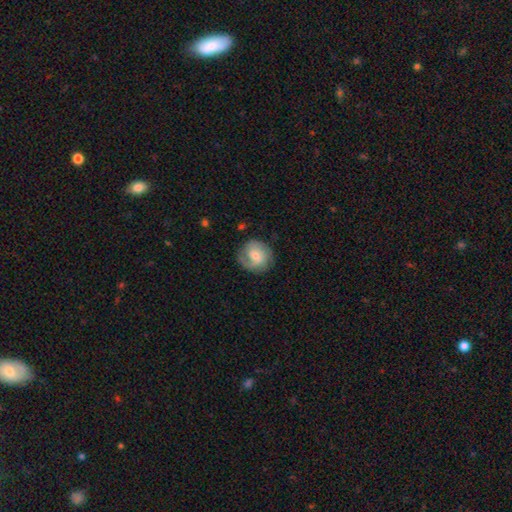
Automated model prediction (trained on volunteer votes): A featured or disk galaxy (61%) with no bar (53%), 2 (56%) tight (42%) spiral arms (90%) and a small central bulge (50%).

Vote fractions:
- Smooth or featured? featured or disk: 61% / smooth: 32% / star or artifact: 6%
- Edge-on disk? no: 98% / yes: 2%
- Bar? no: 53% / weak: 39% / strong: 8%
- Spiral arms? yes: 90% / no: 10%
- Spiral winding? tight: 42% / medium: 40% / loose: 18%
- Spiral arm count? 2: 56% / can't tell: 17% / 1: 16% / 3: 7% / 4: 2% / more than 4: 2%
- Bulge size? small: 50% / moderate: 41% / none: 4% / large: 4% / dominant: 1%
- Merging? none: 74% / minor disturbance: 17% / major disturbance: 7% / merger: 1%